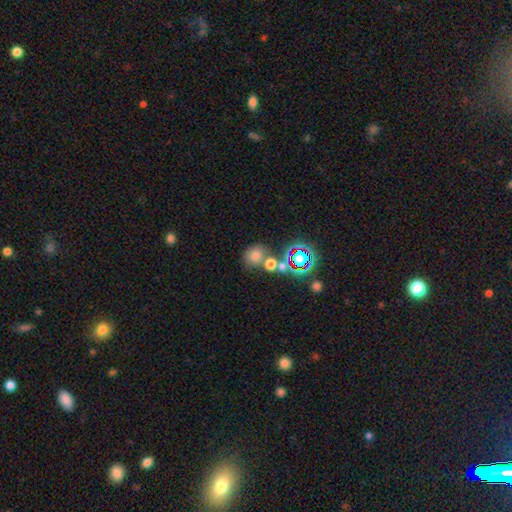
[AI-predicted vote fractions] A smooth galaxy with no disk features (61%) that is round (70%).

Vote fractions:
- Smooth or featured? smooth: 61% / star or artifact: 30% / featured or disk: 8%
- How rounded? round: 70% / in between: 29% / cigar-shaped: 1%
- Merging? none: 62% / merger: 22% / minor disturbance: 10% / major disturbance: 5%